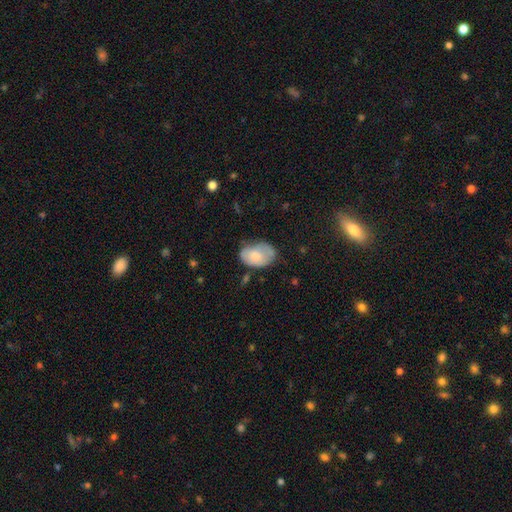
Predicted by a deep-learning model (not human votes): The model was most divided on "merging": none: 52%, minor disturbance: 33%, major disturbance: 11%, merger: 4%. More confident: how rounded — in between (88%); smooth or featured — smooth (74%).